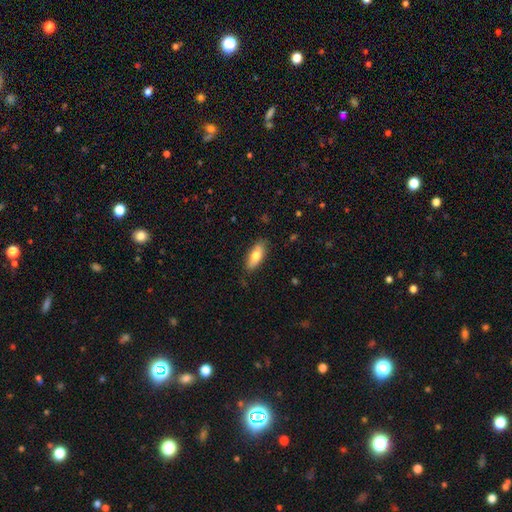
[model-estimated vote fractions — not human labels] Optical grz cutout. It shows a smooth galaxy with no disk features (74%) that is in between round and cigar-shaped (77%). Merging: none (83%).